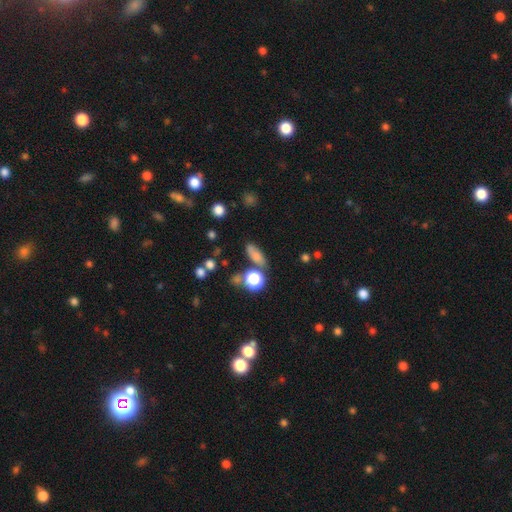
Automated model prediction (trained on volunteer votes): Smooth or featured? Predicted: smooth (p=0.71). How rounded? Predicted: in between (p=0.60). Merging? Predicted: none (p=0.66).